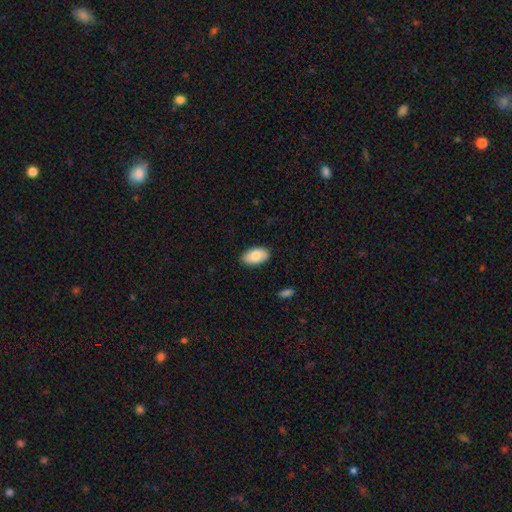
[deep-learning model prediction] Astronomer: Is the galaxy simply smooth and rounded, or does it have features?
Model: smooth — 83%.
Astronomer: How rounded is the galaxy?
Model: in between — 95%.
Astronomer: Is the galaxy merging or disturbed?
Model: none — 85%.